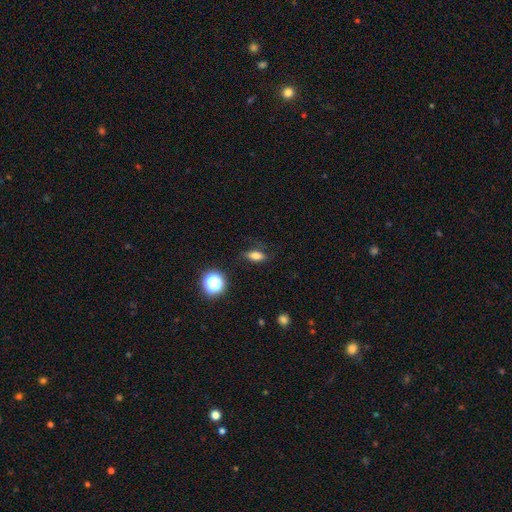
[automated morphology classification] Smooth or featured: smooth — 73% (featured or disk — 14%)
How rounded: in between — 66% (cigar-shaped — 23%)
Merging: none — 81% (minor disturbance — 13%)